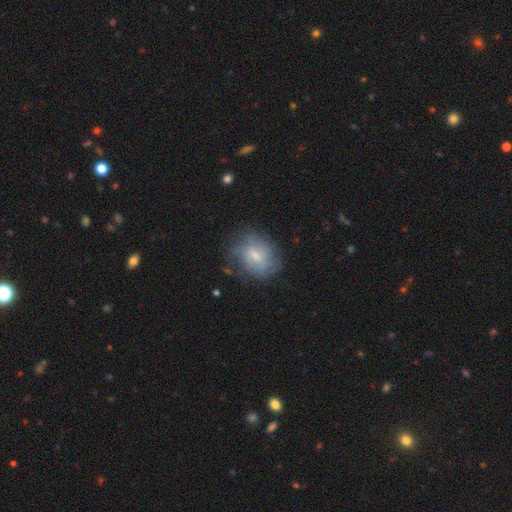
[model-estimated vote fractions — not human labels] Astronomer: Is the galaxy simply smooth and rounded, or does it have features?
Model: smooth — 46%, tied with featured or disk at 46%.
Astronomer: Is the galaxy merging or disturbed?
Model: none — 62%.